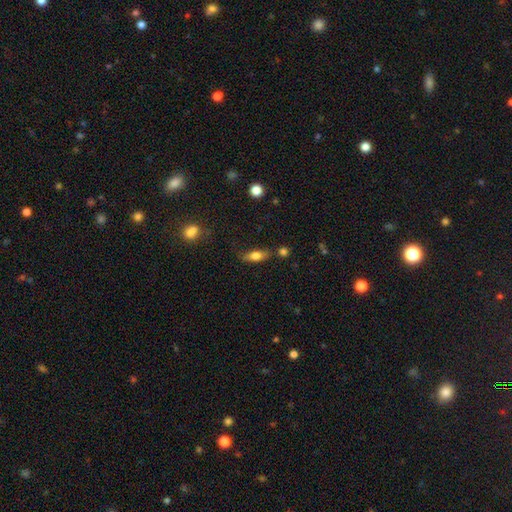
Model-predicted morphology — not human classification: Smooth or featured: smooth — 73% (featured or disk — 19%)
How rounded: in between — 70% (cigar-shaped — 25%)
Merging: none — 70% (minor disturbance — 18%)